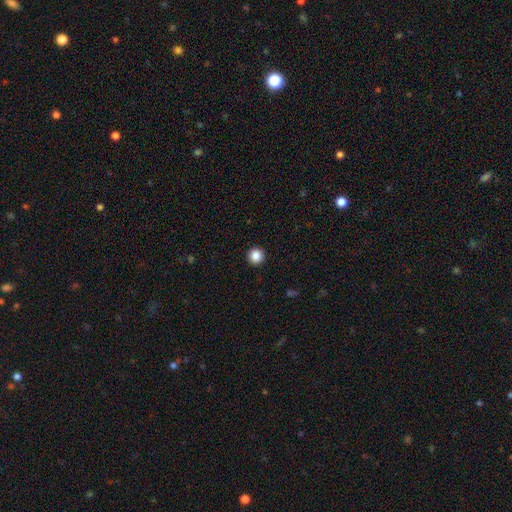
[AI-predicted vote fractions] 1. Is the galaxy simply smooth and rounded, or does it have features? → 87% smooth, 10% star or artifact, 4% featured or disk.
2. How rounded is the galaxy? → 96% round, 3% in between, 1% cigar-shaped.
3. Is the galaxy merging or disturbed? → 94% none, 4% minor disturbance, 1% major disturbance, 1% merger.